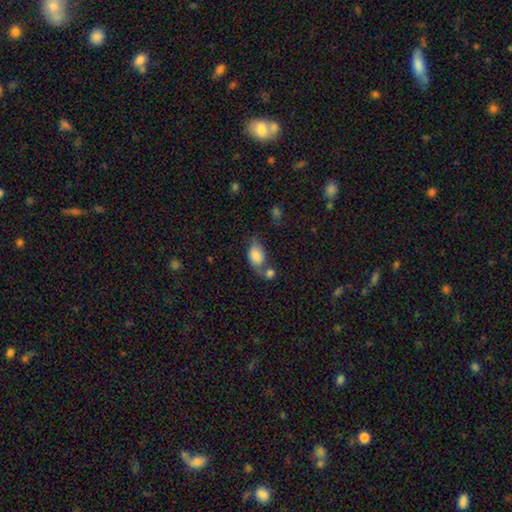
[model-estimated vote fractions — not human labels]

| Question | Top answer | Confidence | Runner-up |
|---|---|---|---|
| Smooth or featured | smooth | 77% | featured or disk (15%) |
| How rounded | in between | 85% | round (14%) |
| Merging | merger | 39% | none (33%) |